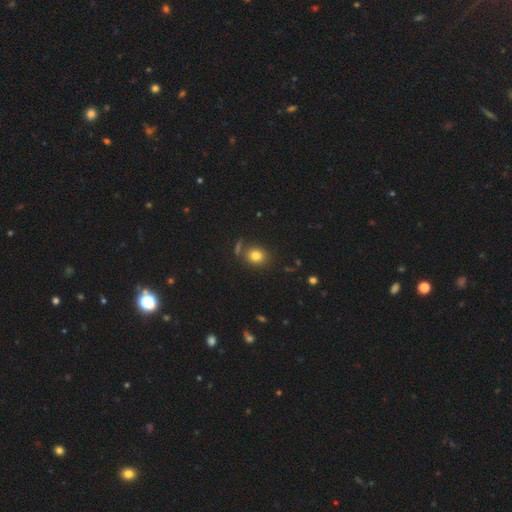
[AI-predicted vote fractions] smooth_or_featured: smooth (p=0.80) [alt: star or artifact p=0.12]
how_rounded: round (p=0.66) [alt: in between p=0.32]
merging: none (p=0.77) [alt: minor disturbance p=0.11]